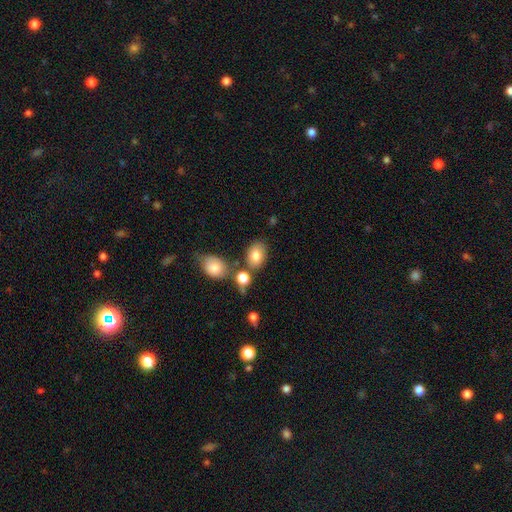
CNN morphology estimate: This is clearly a smooth galaxy (81%). How rounded: likely in between (77%). Merging: likely none (65%).